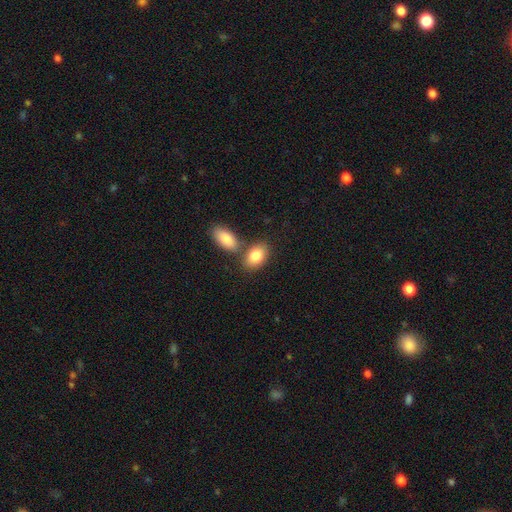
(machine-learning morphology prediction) smooth 85%, featured or disk 9%, star or artifact 7%. Down the decision tree: how rounded — in between (88%); merging — none (56%).